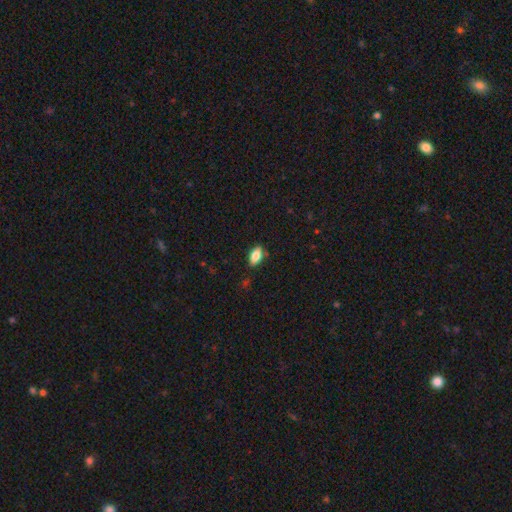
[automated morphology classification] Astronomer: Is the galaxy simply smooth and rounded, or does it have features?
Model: smooth — 82%.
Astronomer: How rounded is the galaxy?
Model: in between — 89%.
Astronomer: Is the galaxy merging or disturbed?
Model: none — 83%.